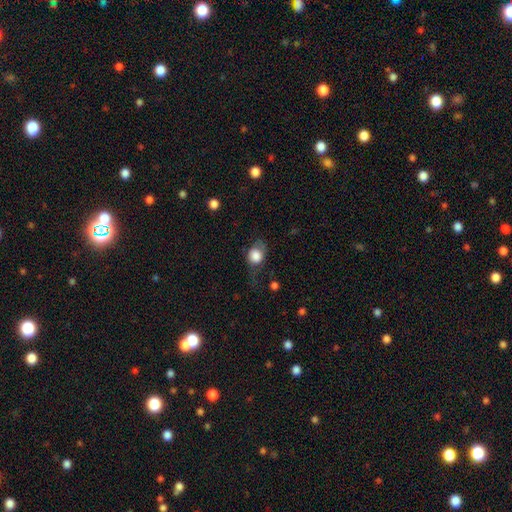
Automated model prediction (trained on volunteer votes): This appears to be a smooth galaxy with no disk features (76%) that is round (55%). Merging: none (44%).